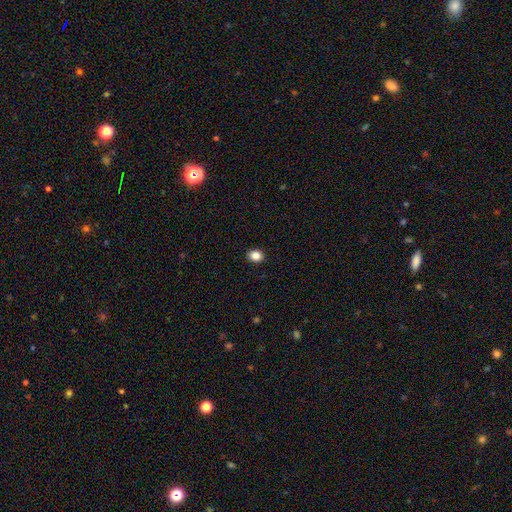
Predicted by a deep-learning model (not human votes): smooth-or-featured: smooth: 86% | star or artifact: 10% | featured or disk: 4%
  how-rounded: in between: 52% | round: 47% | cigar-shaped: 1%
  merging: none: 91% | minor disturbance: 6% | major disturbance: 2% | merger: 1%